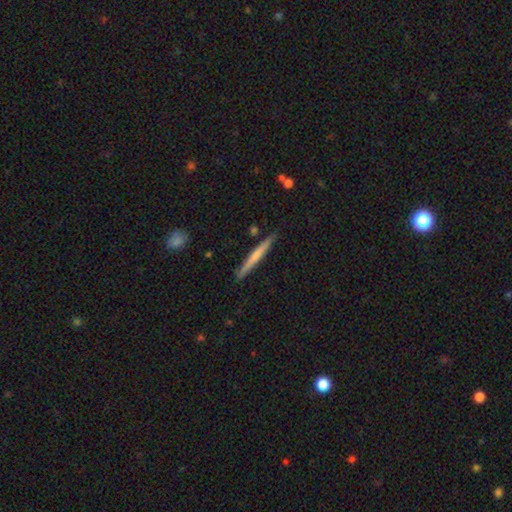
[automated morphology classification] Smooth or featured? Predicted: smooth (p=0.57). How rounded? Predicted: cigar-shaped (p=0.96). Merging? Predicted: none (p=0.89).